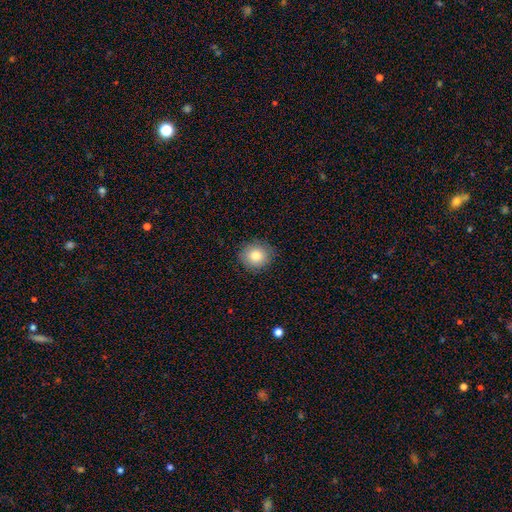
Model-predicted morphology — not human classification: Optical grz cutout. It shows a smooth galaxy with no disk features (81%) that is round (84%). Merging: none (87%).